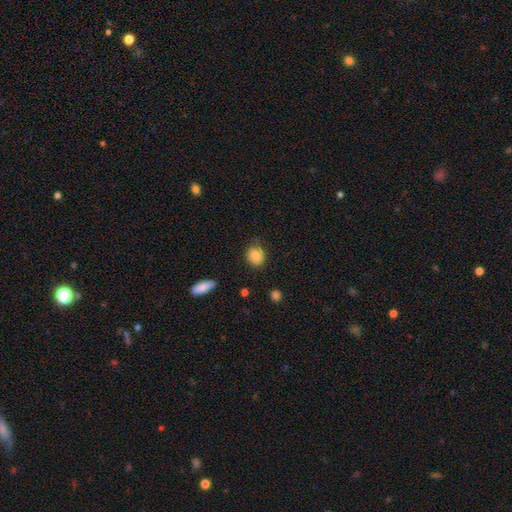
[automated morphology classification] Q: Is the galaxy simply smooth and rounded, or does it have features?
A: smooth — 83%.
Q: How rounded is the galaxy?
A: round — 74%.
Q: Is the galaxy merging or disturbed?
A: none — 77%.